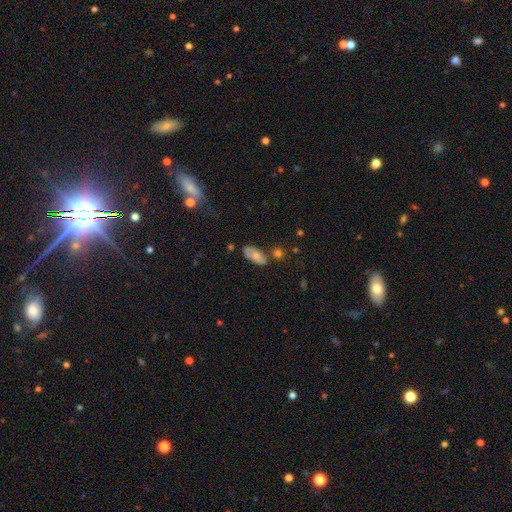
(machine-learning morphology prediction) Smooth or featured? Predicted: smooth (p=0.59). How rounded? Predicted: in between (p=0.88). Merging? Predicted: none (p=0.60).